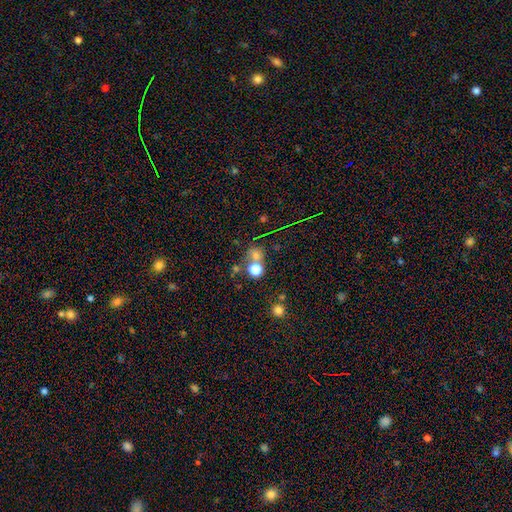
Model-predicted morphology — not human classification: smooth-or-featured: smooth: 66% | star or artifact: 24% | featured or disk: 11%
  how-rounded: round: 82% | in between: 17% | cigar-shaped: 1%
  merging: none: 55% | merger: 31% | minor disturbance: 9% | major disturbance: 5%